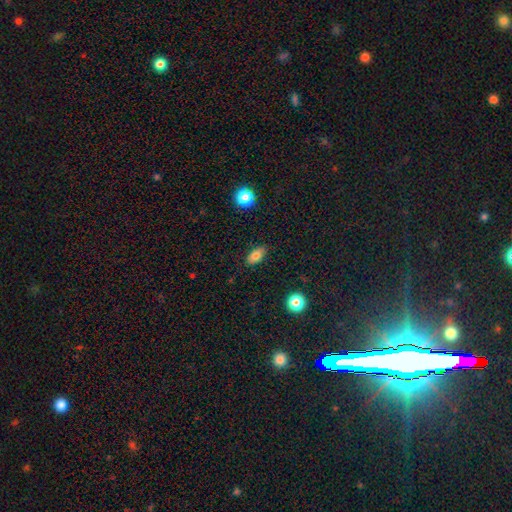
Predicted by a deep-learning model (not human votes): This is likely a smooth galaxy (78%). How rounded: clearly in between (87%). Merging: clearly none (86%).